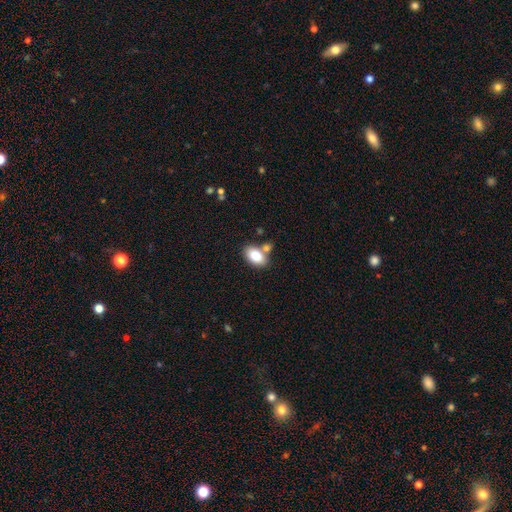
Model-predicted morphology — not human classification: Smooth or featured: smooth — 83% (featured or disk — 10%)
How rounded: in between — 89% (round — 10%)
Merging: none — 62% (merger — 21%)